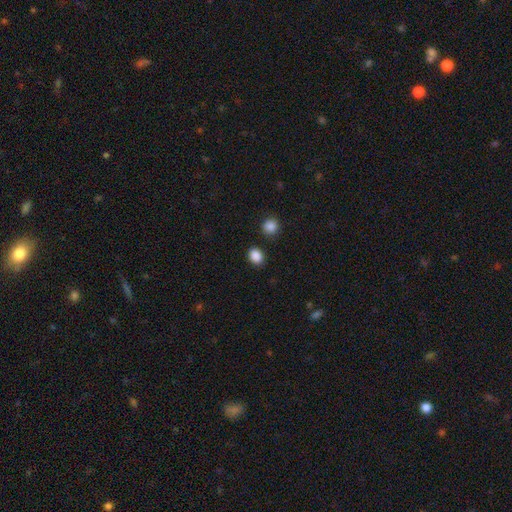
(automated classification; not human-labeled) Q: Smooth or featured?
A: smooth (88%); runner-up: star or artifact (10%)
Q: How rounded?
A: in between (55%); runner-up: round (44%)
Q: Merging?
A: none (85%); runner-up: minor disturbance (8%)